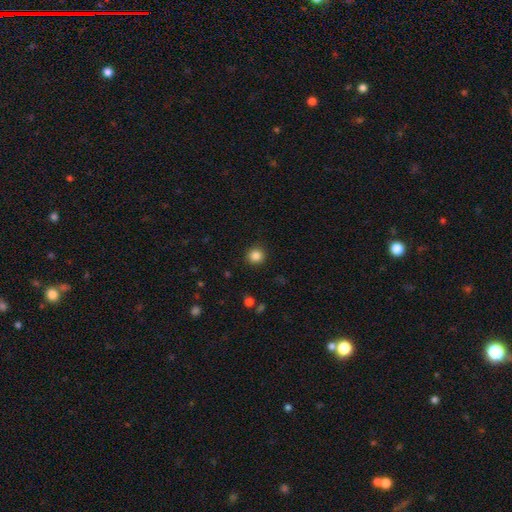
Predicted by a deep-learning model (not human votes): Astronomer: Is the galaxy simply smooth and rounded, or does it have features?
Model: smooth — 85%.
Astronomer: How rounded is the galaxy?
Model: round — 92%.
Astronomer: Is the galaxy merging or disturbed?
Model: none — 91%.